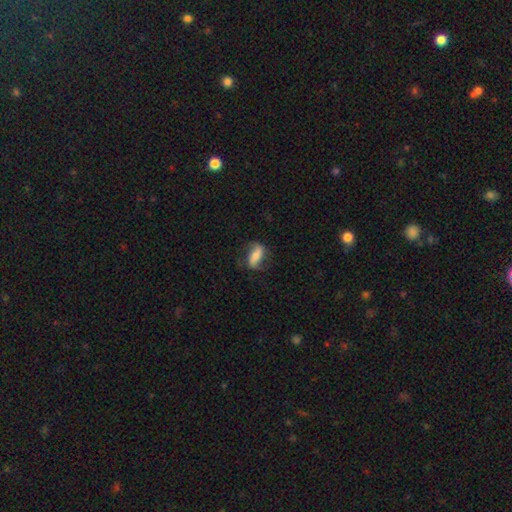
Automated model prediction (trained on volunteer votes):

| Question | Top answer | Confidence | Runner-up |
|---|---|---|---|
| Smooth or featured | smooth | 47% | featured or disk (45%) |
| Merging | none | 67% | minor disturbance (21%) |